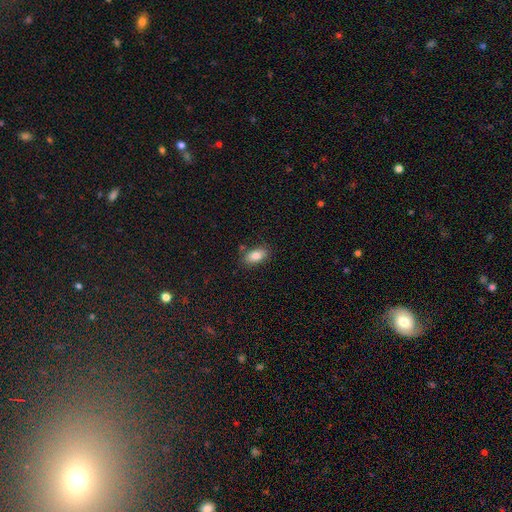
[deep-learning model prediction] Smooth or featured? smooth (84%)
How rounded? in between (91%)
Merging? none (82%)